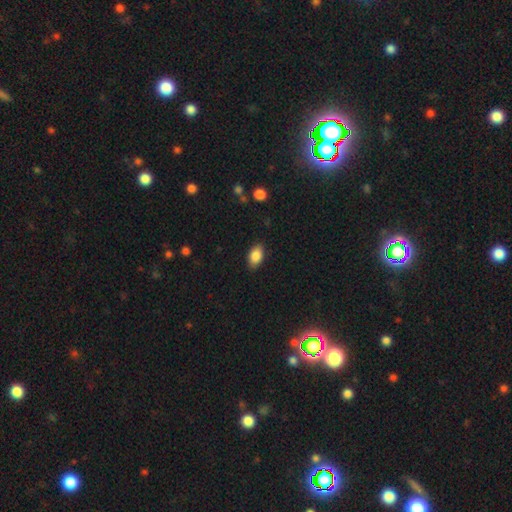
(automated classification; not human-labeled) This appears to be a smooth galaxy with no disk features (86%) that is in between round and cigar-shaped (91%). Merging: none (85%).